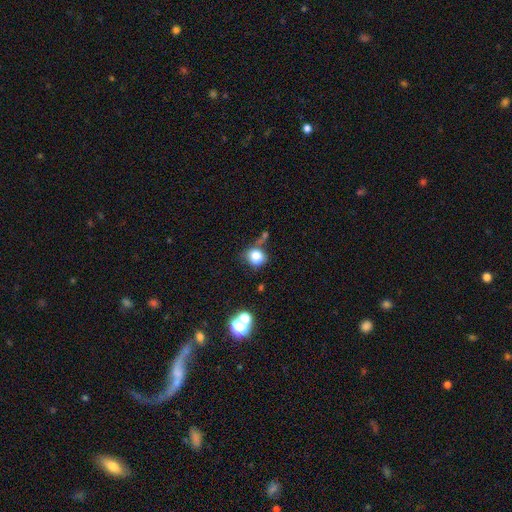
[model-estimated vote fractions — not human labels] Smooth or featured? smooth (79%)
How rounded? round (75%)
Merging? none (54%)